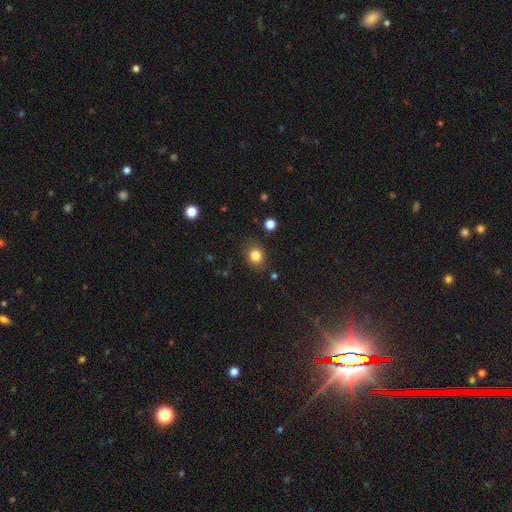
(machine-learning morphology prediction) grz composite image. It shows a smooth galaxy with no disk features (83%) that is round (70%). Merging: none (85%).